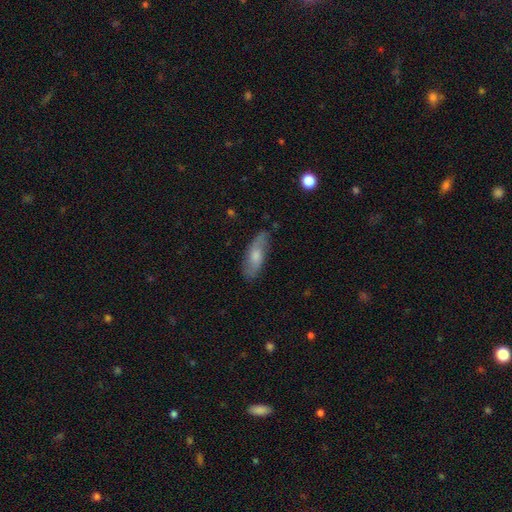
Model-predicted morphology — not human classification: A smooth galaxy with no disk features (59%) that is in between round and cigar-shaped (64%).

Vote fractions:
- Smooth or featured? smooth: 59% / featured or disk: 35% / star or artifact: 6%
- How rounded? in between: 64% / cigar-shaped: 33% / round: 3%
- Merging? none: 77% / minor disturbance: 18% / major disturbance: 4% / merger: 2%